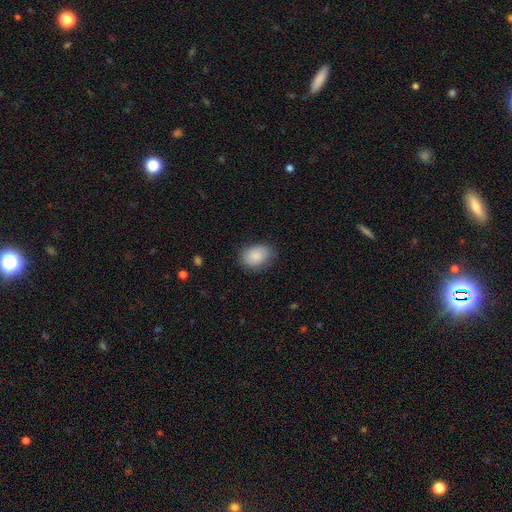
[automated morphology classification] This is clearly a smooth galaxy (87%). How rounded: likely in between (76%). Merging: likely none (79%).